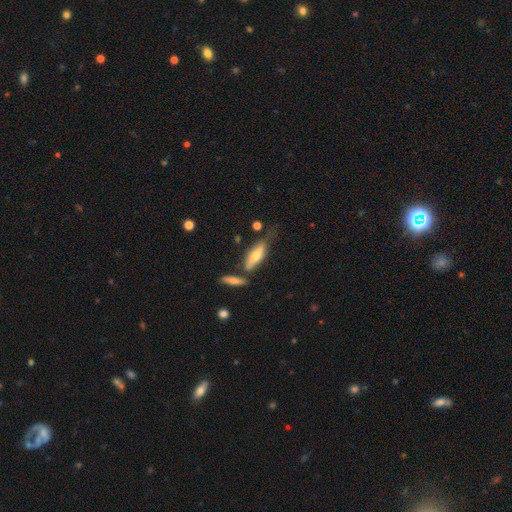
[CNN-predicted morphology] type=smooth (62%); roundness=in between (52%); merging=none (48%).